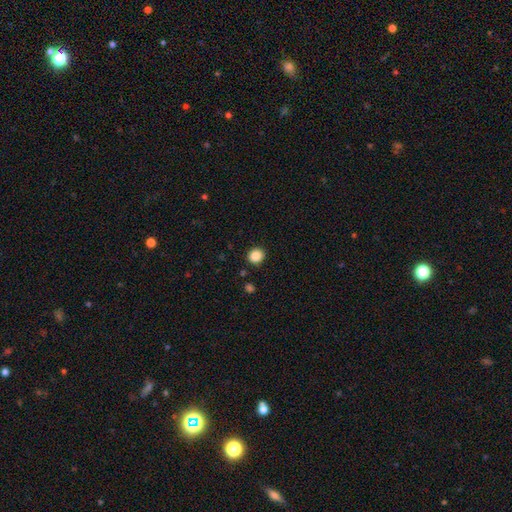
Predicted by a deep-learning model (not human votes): This is clearly a smooth galaxy (87%). How rounded: clearly round (85%). Merging: clearly none (90%).